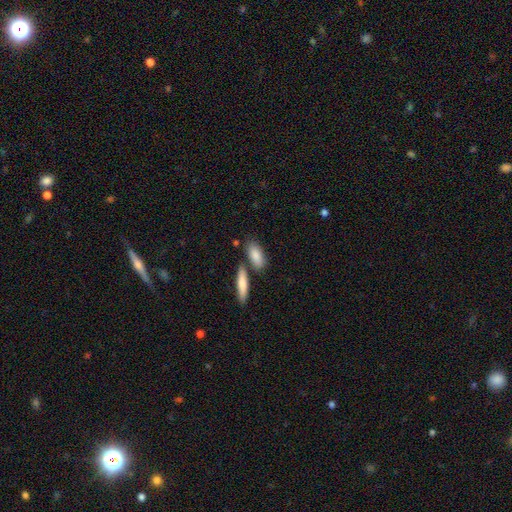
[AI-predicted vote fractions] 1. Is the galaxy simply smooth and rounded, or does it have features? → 84% smooth, 10% featured or disk, 6% star or artifact.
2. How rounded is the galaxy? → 76% in between, 21% cigar-shaped, 3% round.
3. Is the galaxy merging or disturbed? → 66% none, 18% merger, 12% minor disturbance, 3% major disturbance.